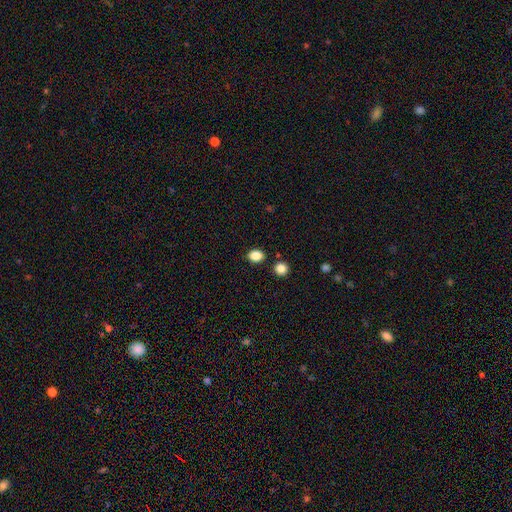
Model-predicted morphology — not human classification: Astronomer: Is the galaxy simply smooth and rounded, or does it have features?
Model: smooth — 86%.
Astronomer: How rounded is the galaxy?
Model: in between — 54% (runner-up: round, 45%).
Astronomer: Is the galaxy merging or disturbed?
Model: none — 83%.